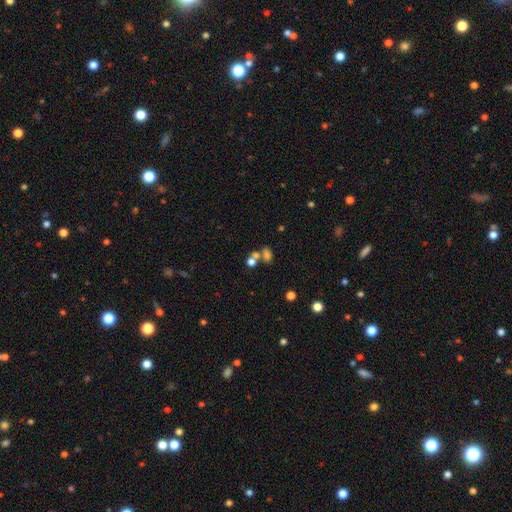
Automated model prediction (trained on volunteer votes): Smooth or featured? smooth (49%)
Merging? none (51%)